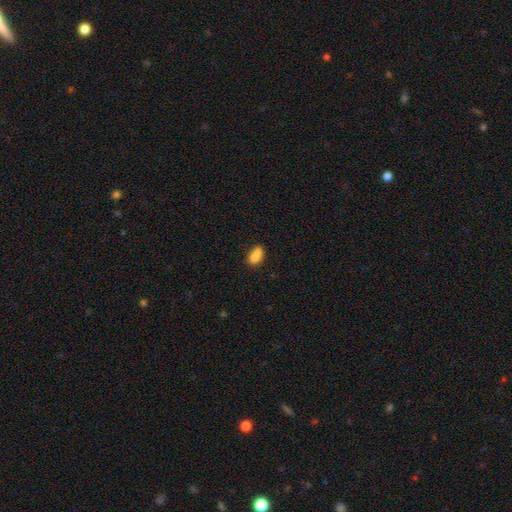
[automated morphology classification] Q: Smooth or featured?
A: smooth (77%); runner-up: featured or disk (13%)
Q: How rounded?
A: in between (78%); runner-up: round (14%)
Q: Merging?
A: none (41%); runner-up: merger (36%)